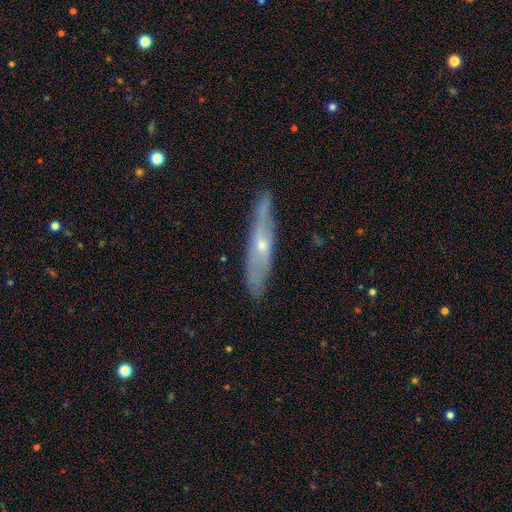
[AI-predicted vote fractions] Overall: featured or disk (64%; smooth 28%). Edge-on disk: yes (73%). Merging: none (85%).